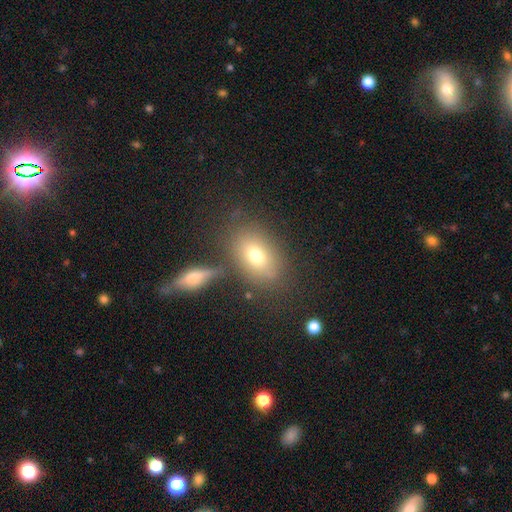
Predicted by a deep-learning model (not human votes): This is likely a smooth galaxy (71%). How rounded: likely in between (80%). Merging: likely none (70%).